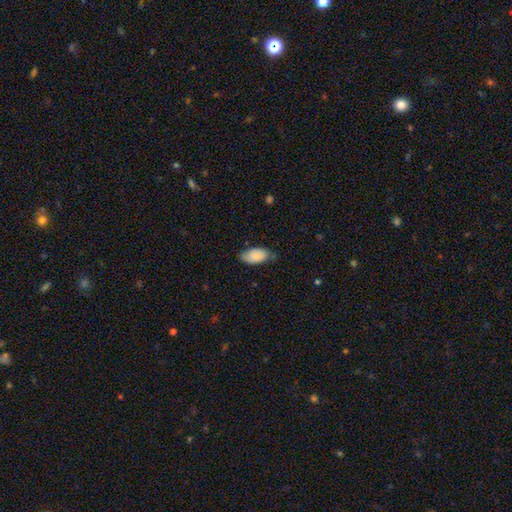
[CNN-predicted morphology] This appears to be a smooth galaxy with no disk features (82%) that is in between round and cigar-shaped (94%). Merging: none (65%).